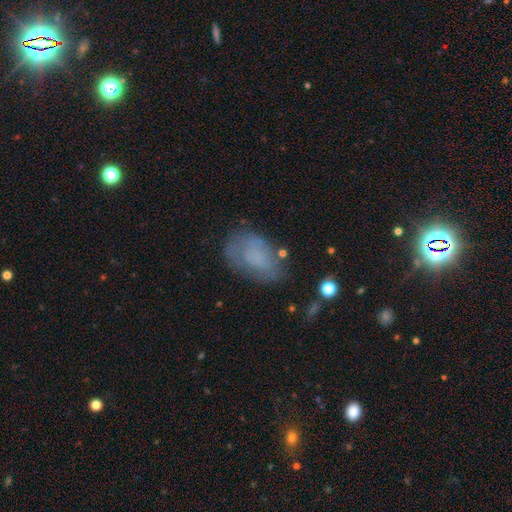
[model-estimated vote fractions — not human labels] smooth_or_featured: smooth (p=0.59) [alt: featured or disk p=0.30]
how_rounded: in between (p=0.86) [alt: round p=0.12]
merging: none (p=0.59) [alt: minor disturbance p=0.25]